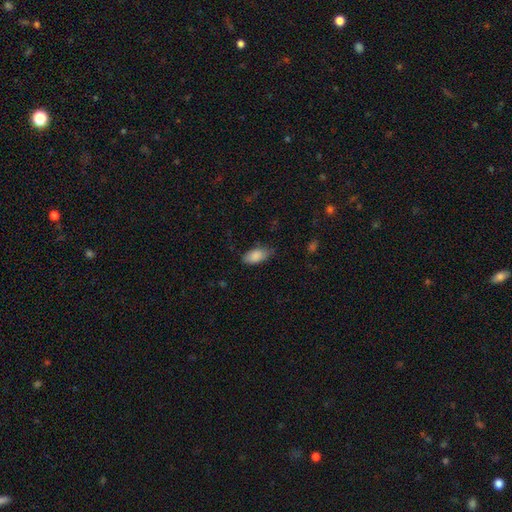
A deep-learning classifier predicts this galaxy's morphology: This appears to be a smooth galaxy with no disk features (87%) that is in between round and cigar-shaped (92%). Merging: none (70%).